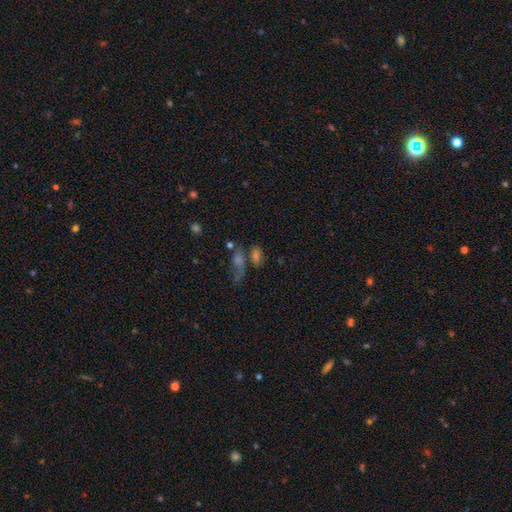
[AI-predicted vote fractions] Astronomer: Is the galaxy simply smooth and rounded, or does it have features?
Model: smooth — 56%.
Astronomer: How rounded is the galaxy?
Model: in between — 74%.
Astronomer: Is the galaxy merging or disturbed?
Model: none — 39% (runner-up: merger, 33%).